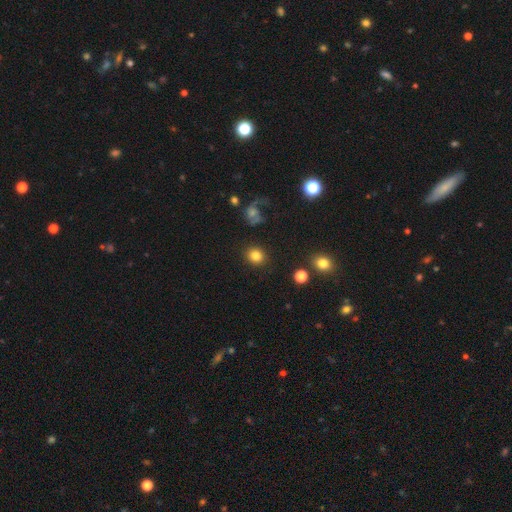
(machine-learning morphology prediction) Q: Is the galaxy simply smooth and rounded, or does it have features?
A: smooth — 83%.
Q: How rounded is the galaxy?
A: round — 76%.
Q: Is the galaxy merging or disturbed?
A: none — 88%.